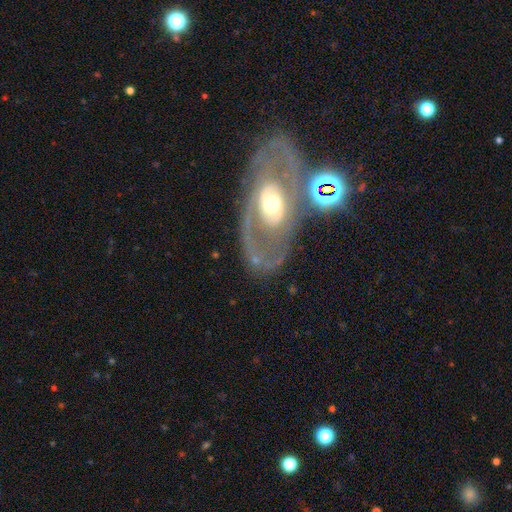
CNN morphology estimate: This is likely a featured or disk galaxy (79%). It is clearly not viewed edge-on (93%). Bar: likely no (65%). Spiral arm pattern: likely yes (66%). Central bulge: likely moderate (67%). Merging: likely none (68%).